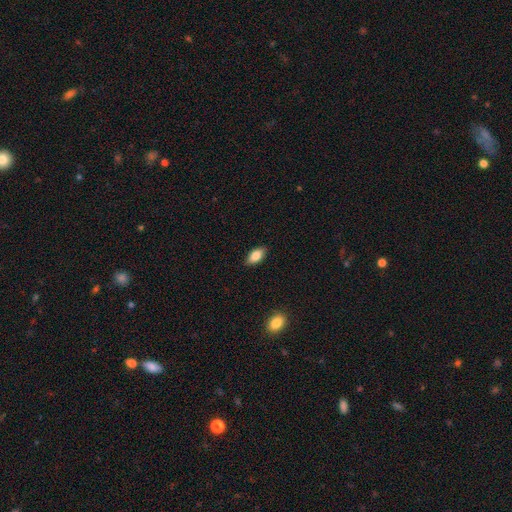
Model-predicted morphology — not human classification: Smooth or featured: smooth — 83% (featured or disk — 10%)
How rounded: in between — 90% (cigar-shaped — 6%)
Merging: none — 87% (minor disturbance — 10%)